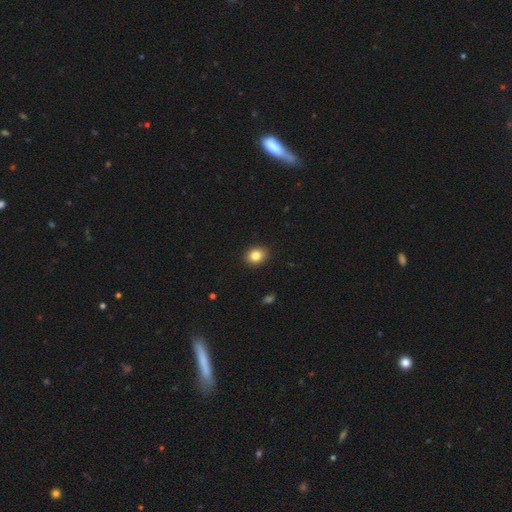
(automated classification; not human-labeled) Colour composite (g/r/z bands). It shows a smooth galaxy with no disk features (84%) that is round (63%). Merging: none (91%).